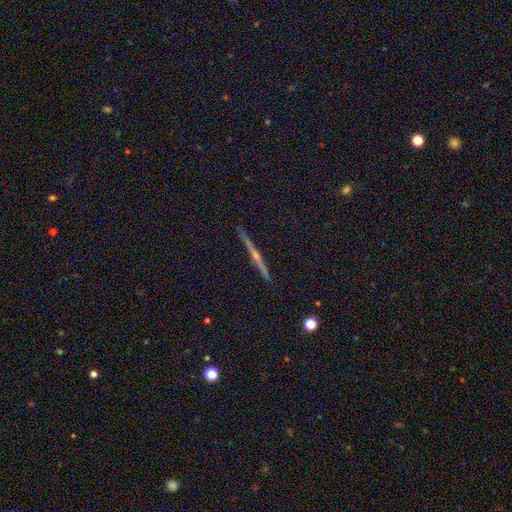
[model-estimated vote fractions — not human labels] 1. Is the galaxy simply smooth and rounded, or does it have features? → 79% featured or disk, 13% smooth, 8% star or artifact.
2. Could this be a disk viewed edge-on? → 98% yes, 2% no.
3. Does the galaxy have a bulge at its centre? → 77% rounded, 18% none, 5% boxy.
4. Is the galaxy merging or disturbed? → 92% none, 6% minor disturbance, 1% major disturbance, 1% merger.